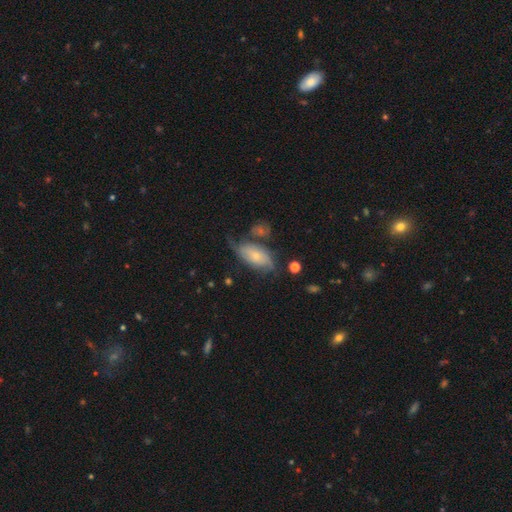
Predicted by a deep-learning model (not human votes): Q: Smooth or featured?
A: featured or disk (51%); runner-up: smooth (41%)
Q: Edge-on disk?
A: no (90%); runner-up: yes (10%)
Q: Merging?
A: none (41%); runner-up: minor disturbance (28%)